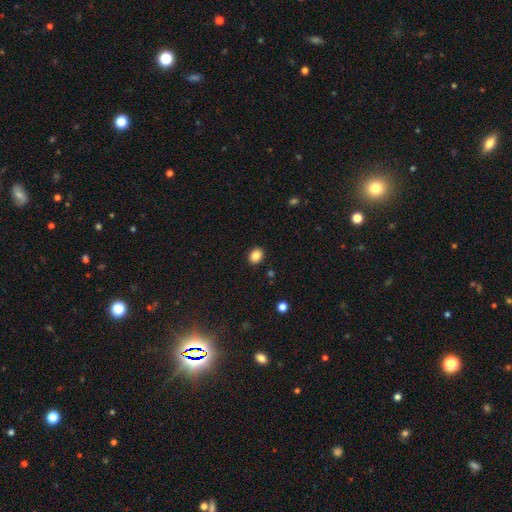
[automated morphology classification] Q: Smooth or featured?
A: smooth (85%); runner-up: star or artifact (10%)
Q: How rounded?
A: round (51%); runner-up: in between (48%)
Q: Merging?
A: none (90%); runner-up: minor disturbance (6%)